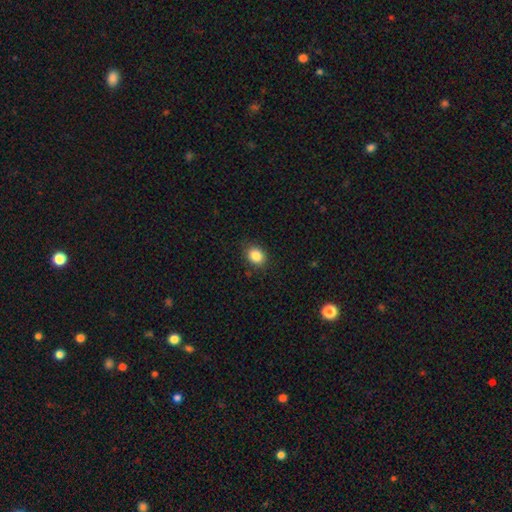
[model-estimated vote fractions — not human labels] Smooth or featured? Predicted: smooth (p=0.85). How rounded? Predicted: round (p=0.57). Merging? Predicted: none (p=0.86).